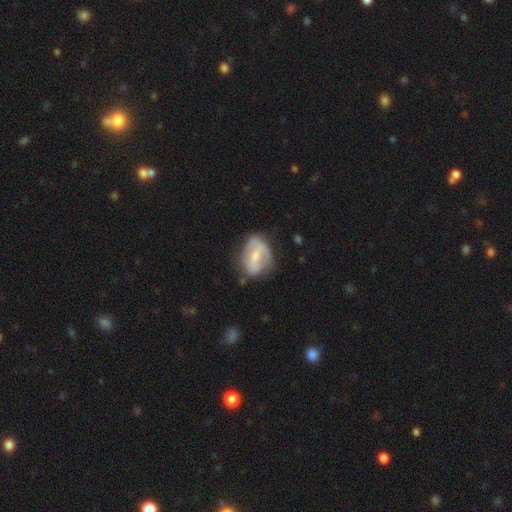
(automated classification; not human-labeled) Q: Smooth or featured?
A: featured or disk (53%); runner-up: smooth (40%)
Q: Edge-on disk?
A: no (94%); runner-up: yes (6%)
Q: Bar?
A: weak (42%); runner-up: no (30%)
Q: Spiral arms?
A: no (53%); runner-up: yes (47%)
Q: Bulge size?
A: moderate (51%); runner-up: small (39%)
Q: Merging?
A: none (54%); runner-up: minor disturbance (31%)